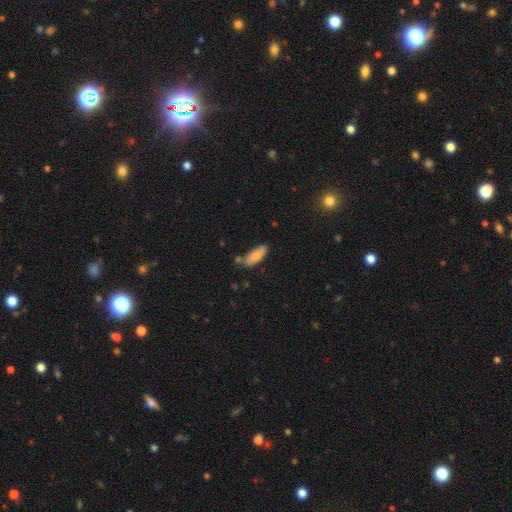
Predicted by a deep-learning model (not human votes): Smooth or featured? smooth (84%)
How rounded? in between (67%)
Merging? none (67%)